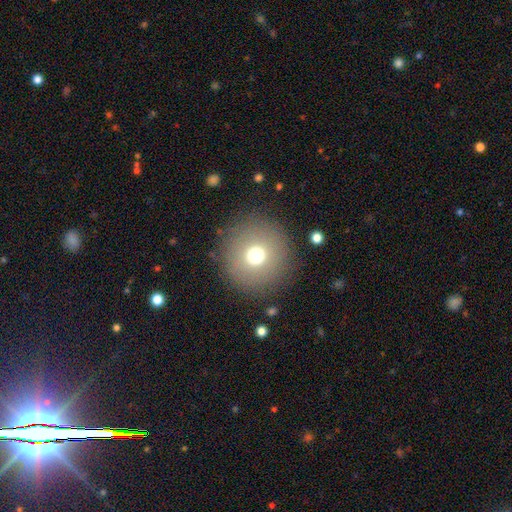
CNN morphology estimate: Q: Smooth or featured?
A: smooth (70%); runner-up: star or artifact (15%)
Q: How rounded?
A: round (96%); runner-up: in between (3%)
Q: Merging?
A: none (88%); runner-up: minor disturbance (6%)